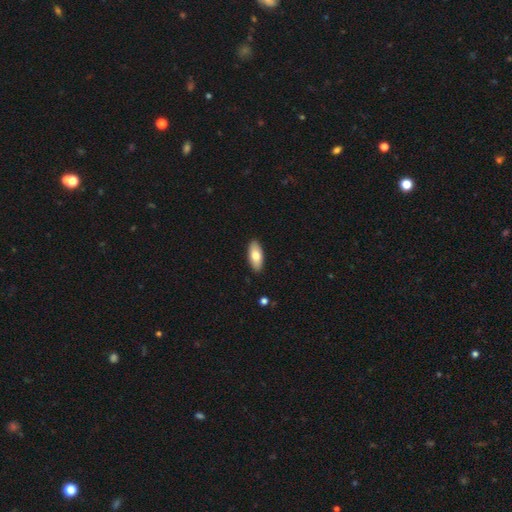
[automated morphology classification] Q: Smooth or featured?
A: smooth (76%); runner-up: featured or disk (19%)
Q: How rounded?
A: in between (85%); runner-up: cigar-shaped (13%)
Q: Merging?
A: none (90%); runner-up: minor disturbance (7%)